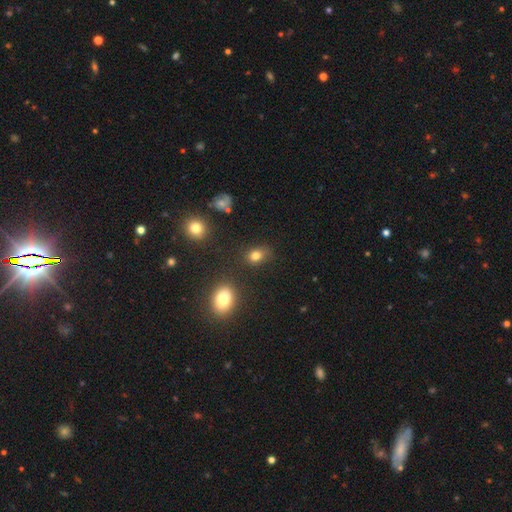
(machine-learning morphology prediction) Smooth or featured? Predicted: smooth (p=0.80). How rounded? Predicted: in between (p=0.60). Merging? Predicted: none (p=0.74).